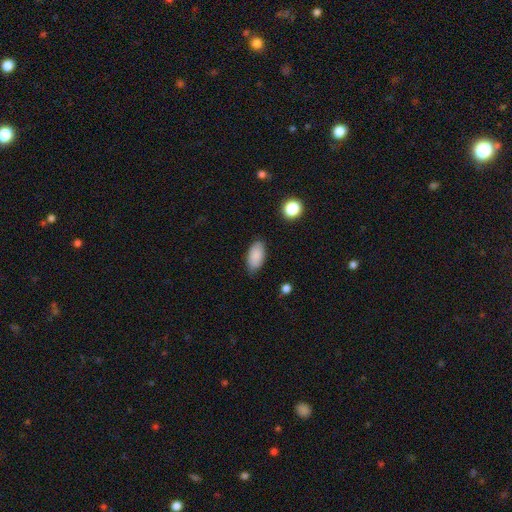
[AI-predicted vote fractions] This is clearly a smooth galaxy (87%). How rounded: clearly in between (93%). Merging: clearly none (81%).